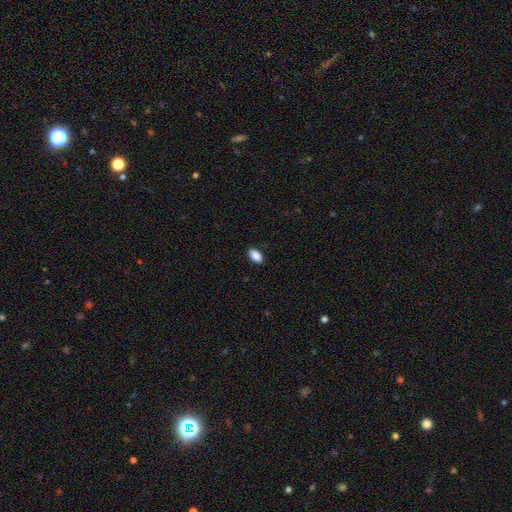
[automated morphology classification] The model was most divided on "merging": none: 88%, minor disturbance: 9%, major disturbance: 2%, merger: 1%. More confident: how rounded — in between (93%); smooth or featured — smooth (89%).